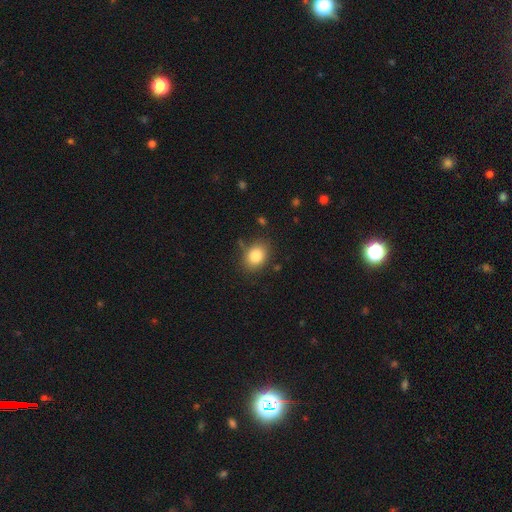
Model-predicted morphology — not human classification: type=smooth (84%); roundness=in between (61%); merging=none (80%).